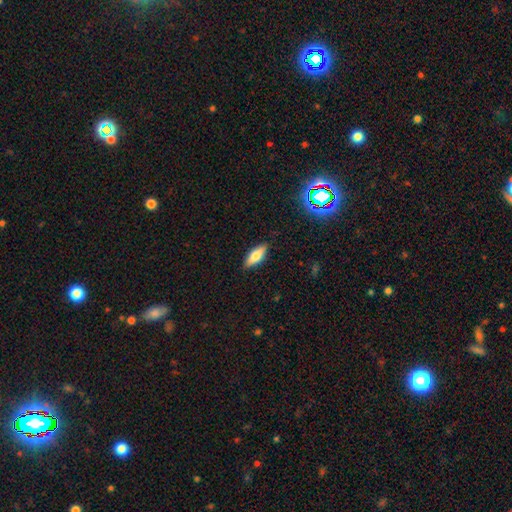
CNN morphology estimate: Overall: smooth (68%). How rounded: in between (68%; cigar-shaped 30%). Merging: none (87%).